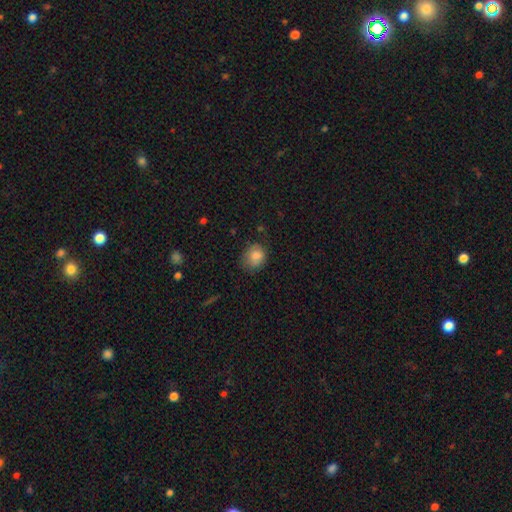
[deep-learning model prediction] Smooth or featured? smooth (83%)
How rounded? round (61%)
Merging? none (67%)